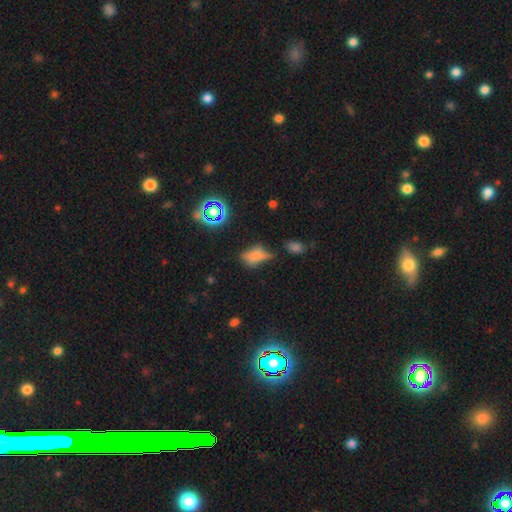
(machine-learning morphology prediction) type=smooth (55%); roundness=in between (78%); merging=none (46%).